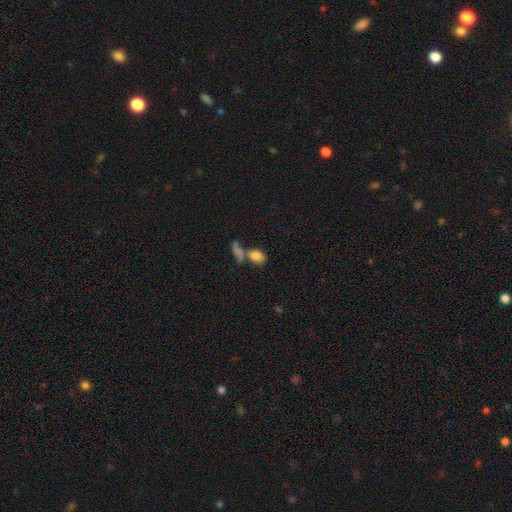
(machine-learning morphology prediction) A smooth galaxy with no disk features (79%) that is in between round and cigar-shaped (75%).

Vote fractions:
- Smooth or featured? smooth: 79% / featured or disk: 11% / star or artifact: 10%
- How rounded? in between: 75% / round: 21% / cigar-shaped: 4%
- Merging? merger: 46% / none: 35% / minor disturbance: 11% / major disturbance: 8%